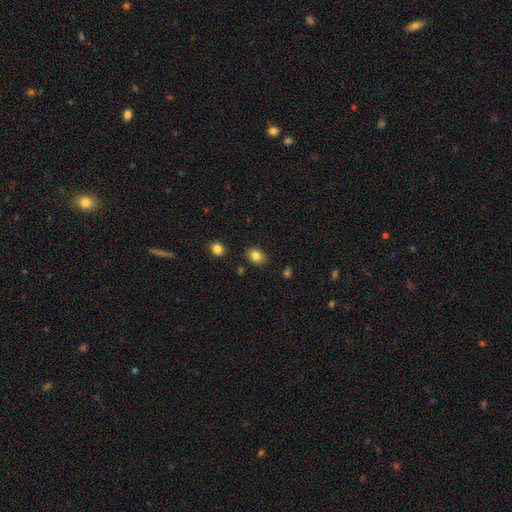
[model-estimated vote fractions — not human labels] Overall: smooth (83%). How rounded: in between (64%; round 36%). Merging: none (84%).